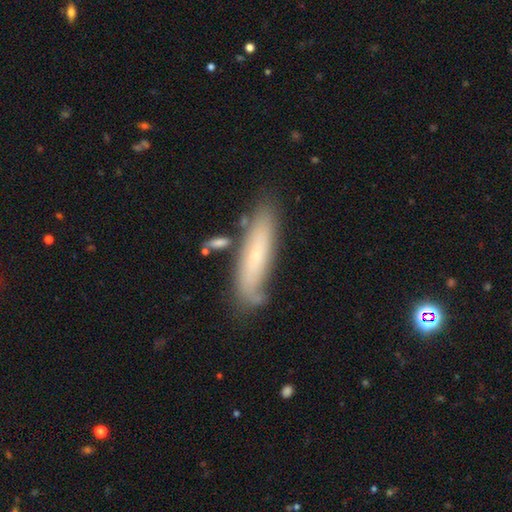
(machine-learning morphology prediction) Smooth or featured? Predicted: smooth (p=0.55). How rounded? Predicted: cigar-shaped (p=0.73). Merging? Predicted: none (p=0.69).